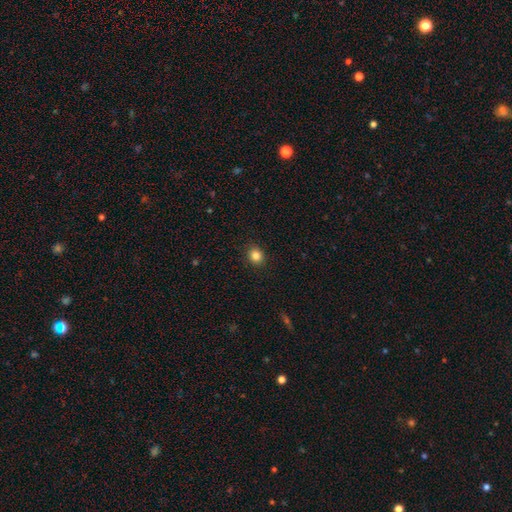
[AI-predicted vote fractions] A smooth galaxy with no disk features (84%) that is round (75%).

Vote fractions:
- Smooth or featured? smooth: 84% / star or artifact: 11% / featured or disk: 5%
- How rounded? round: 75% / in between: 24% / cigar-shaped: 1%
- Merging? none: 90% / minor disturbance: 7% / major disturbance: 2% / merger: 1%